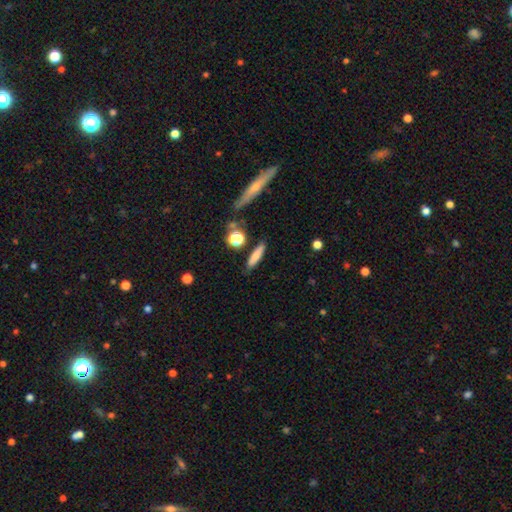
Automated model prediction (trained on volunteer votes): This is likely a smooth galaxy (76%). How rounded: likely cigar-shaped (74%). Merging: clearly none (81%).